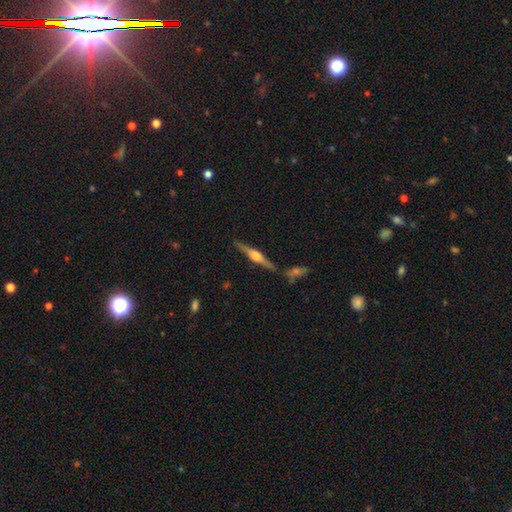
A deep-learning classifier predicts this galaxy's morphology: This is likely a featured or disk galaxy (77%). It is clearly viewed edge-on (98%). Edge-on bulge: clearly rounded (90%). Merging: clearly none (84%).